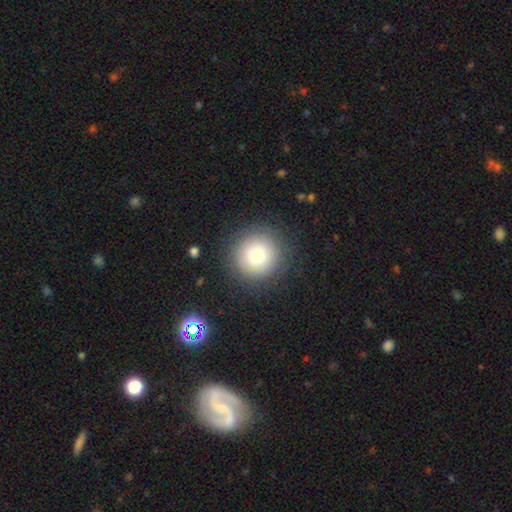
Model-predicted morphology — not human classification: Smooth or featured? smooth (81%)
How rounded? round (95%)
Merging? none (86%)